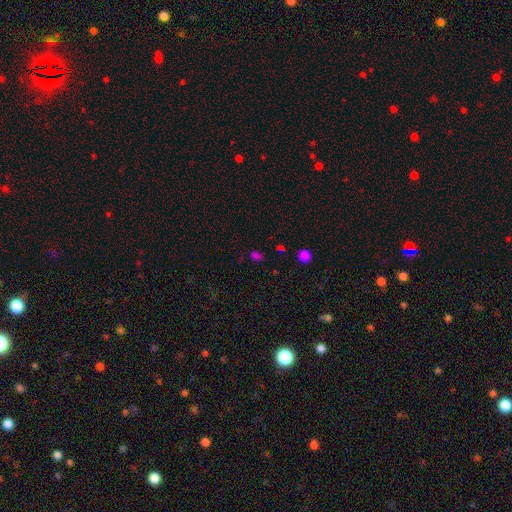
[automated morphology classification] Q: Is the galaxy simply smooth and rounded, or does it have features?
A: smooth — 61%.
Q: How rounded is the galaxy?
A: in between — 80%.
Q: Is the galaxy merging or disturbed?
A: none — 75%.